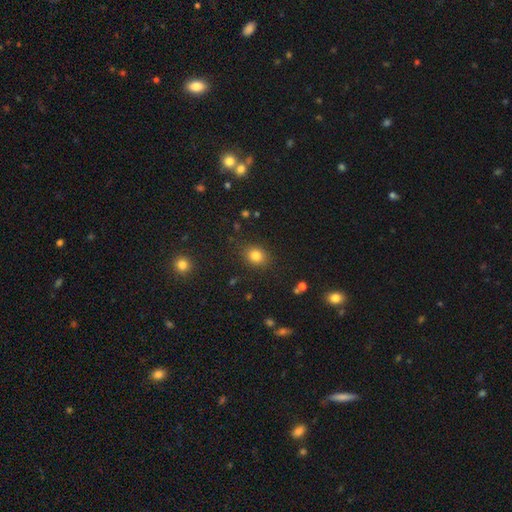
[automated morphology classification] A smooth galaxy with no disk features (81%) that is round (62%).

Vote fractions:
- Smooth or featured? smooth: 81% / star or artifact: 13% / featured or disk: 6%
- How rounded? round: 62% / in between: 37% / cigar-shaped: 1%
- Merging? none: 85% / minor disturbance: 10% / major disturbance: 3% / merger: 2%